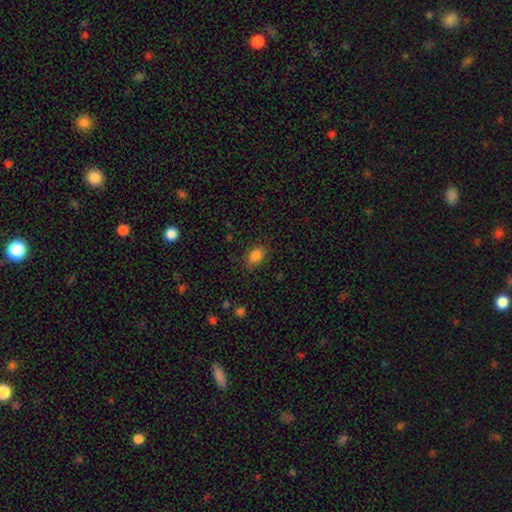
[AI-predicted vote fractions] smooth_or_featured: smooth (p=0.85) [alt: star or artifact p=0.10]
how_rounded: in between (p=0.80) [alt: round p=0.18]
merging: none (p=0.80) [alt: minor disturbance p=0.14]